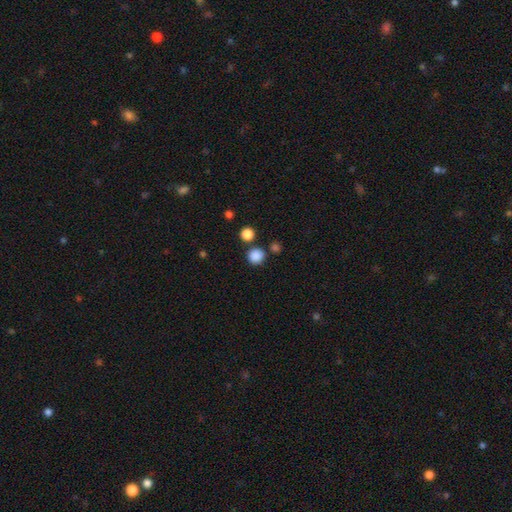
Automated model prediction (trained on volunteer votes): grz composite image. It shows a smooth galaxy with no disk features (85%) that is round (93%). Merging: none (81%).